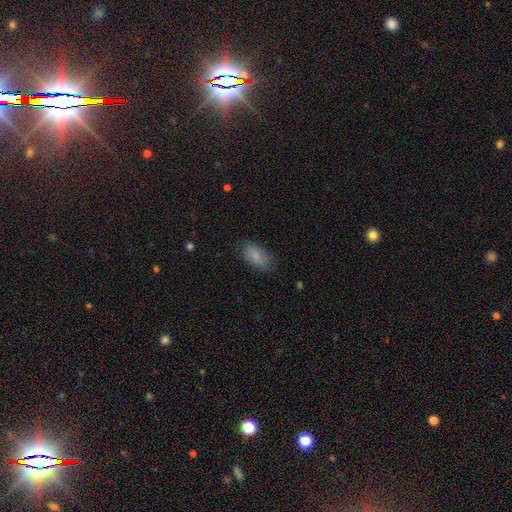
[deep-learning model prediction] A smooth galaxy with no disk features (83%) that is in between round and cigar-shaped (91%).

Vote fractions:
- Smooth or featured? smooth: 83% / featured or disk: 10% / star or artifact: 7%
- How rounded? in between: 91% / cigar-shaped: 6% / round: 3%
- Merging? none: 80% / minor disturbance: 15% / major disturbance: 4% / merger: 1%